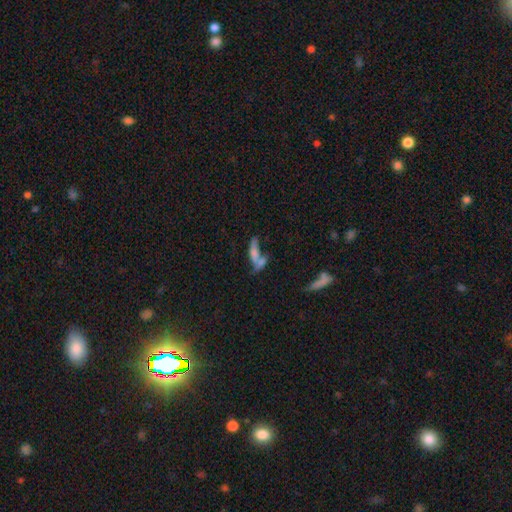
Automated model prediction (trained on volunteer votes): Smooth or featured: smooth — 54% (featured or disk — 33%)
How rounded: cigar-shaped — 54% (in between — 42%)
Merging: merger — 54% (none — 26%)